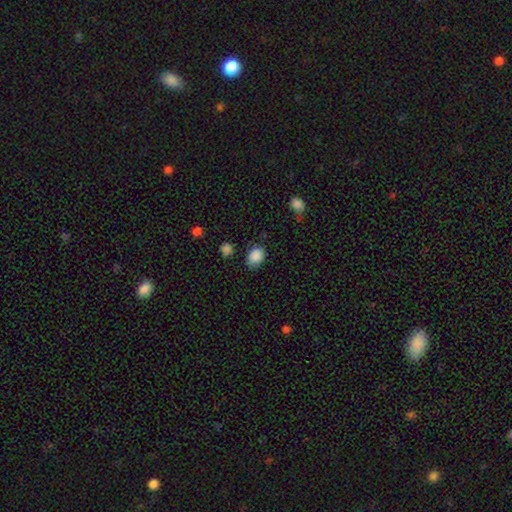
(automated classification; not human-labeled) smooth-or-featured: smooth: 88% | star or artifact: 9% | featured or disk: 4%
  how-rounded: in between: 63% | round: 36% | cigar-shaped: 1%
  merging: none: 72% | minor disturbance: 21% | major disturbance: 4% | merger: 2%